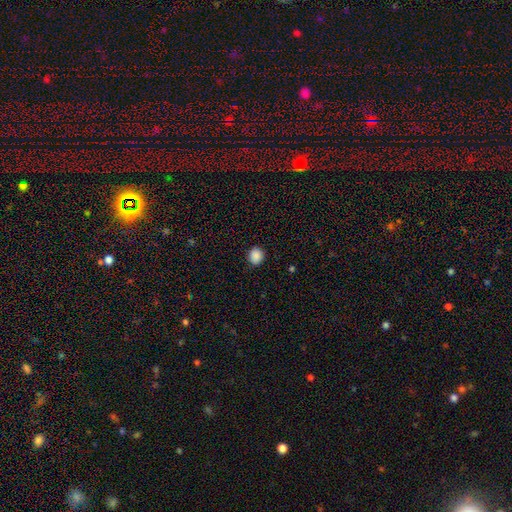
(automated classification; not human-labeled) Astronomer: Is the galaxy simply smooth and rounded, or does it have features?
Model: smooth — 89%.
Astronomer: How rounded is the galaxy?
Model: round — 73%.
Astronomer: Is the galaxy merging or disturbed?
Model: none — 89%.